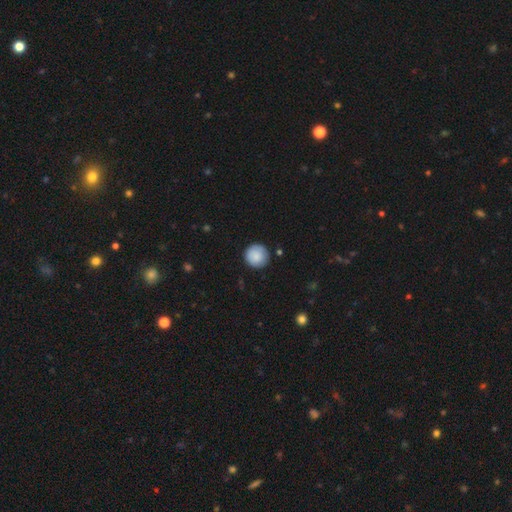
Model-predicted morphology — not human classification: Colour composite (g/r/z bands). It shows a smooth galaxy with no disk features (87%) that is round (96%). Merging: none (89%).